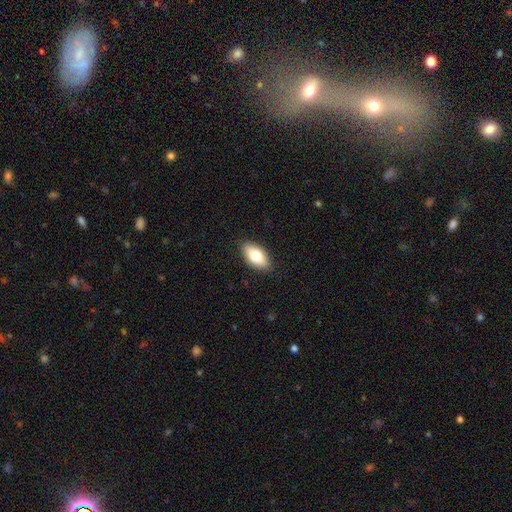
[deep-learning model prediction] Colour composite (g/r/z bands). It shows a smooth galaxy with no disk features (78%) that is in between round and cigar-shaped (91%). Merging: none (88%).